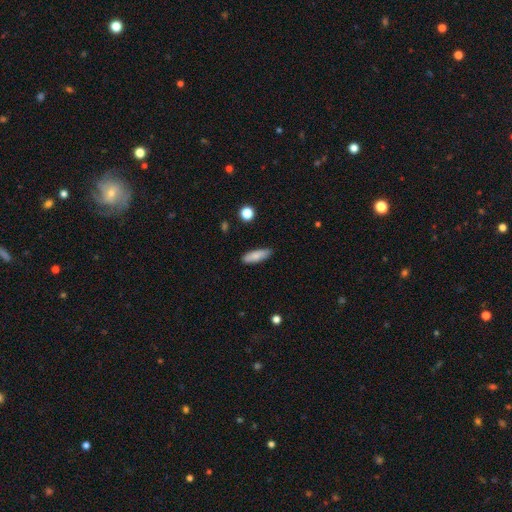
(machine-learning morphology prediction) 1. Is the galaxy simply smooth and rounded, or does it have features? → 81% smooth, 12% featured or disk, 7% star or artifact.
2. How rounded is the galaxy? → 49% in between, 48% cigar-shaped, 2% round.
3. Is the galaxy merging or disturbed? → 84% none, 13% minor disturbance, 2% major disturbance, 1% merger.